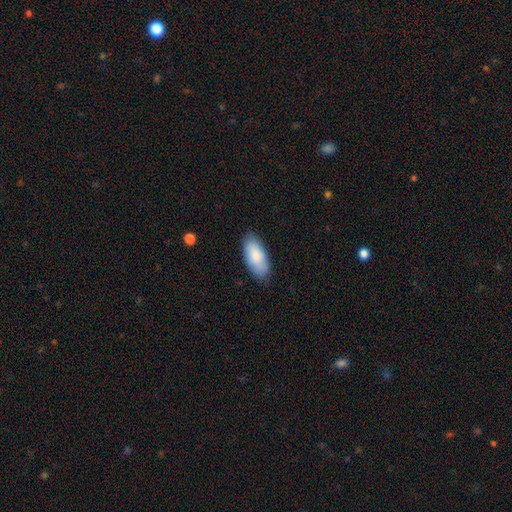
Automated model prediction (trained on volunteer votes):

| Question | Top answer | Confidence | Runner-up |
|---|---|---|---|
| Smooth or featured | smooth | 85% | featured or disk (10%) |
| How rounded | in between | 90% | cigar-shaped (8%) |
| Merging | none | 83% | minor disturbance (13%) |